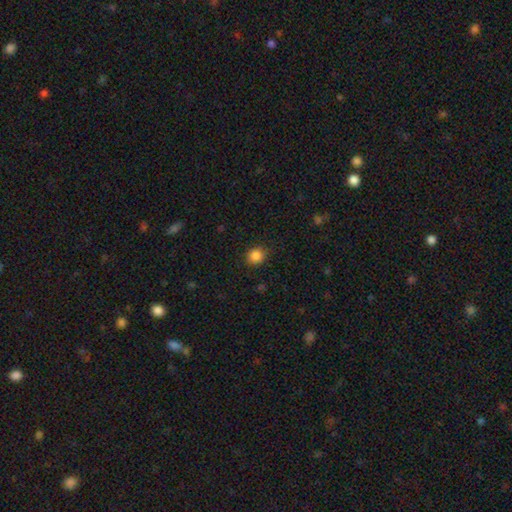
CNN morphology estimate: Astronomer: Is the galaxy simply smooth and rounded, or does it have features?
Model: smooth — 86%.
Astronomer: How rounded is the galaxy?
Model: round — 78%.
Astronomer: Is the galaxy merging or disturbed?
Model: none — 88%.